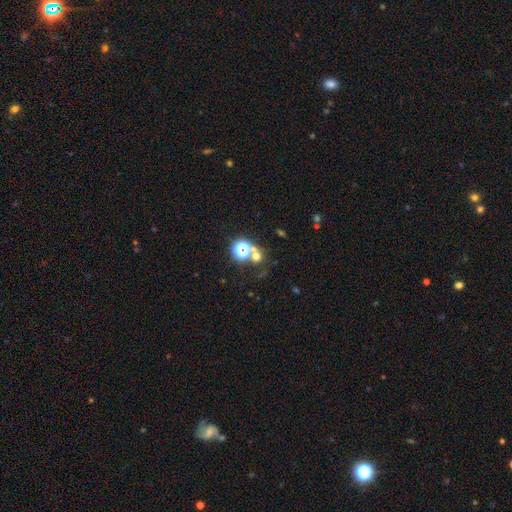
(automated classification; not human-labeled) smooth 48%, star or artifact 41%, featured or disk 11%. Down the decision tree: merging — none (60%).